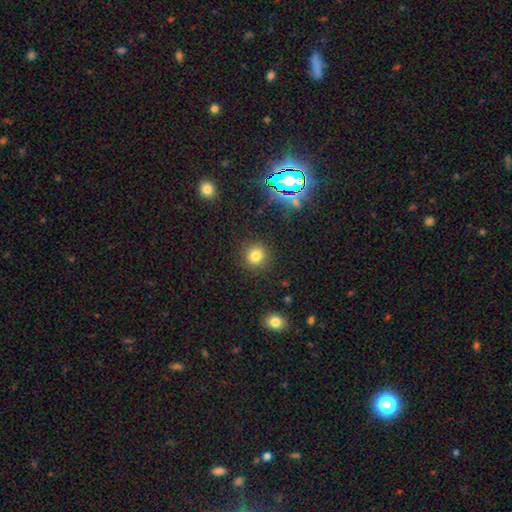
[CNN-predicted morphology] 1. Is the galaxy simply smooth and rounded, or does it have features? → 78% smooth, 16% star or artifact, 6% featured or disk.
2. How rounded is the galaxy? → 90% round, 9% in between, 1% cigar-shaped.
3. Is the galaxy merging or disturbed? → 89% none, 7% minor disturbance, 3% major disturbance, 1% merger.